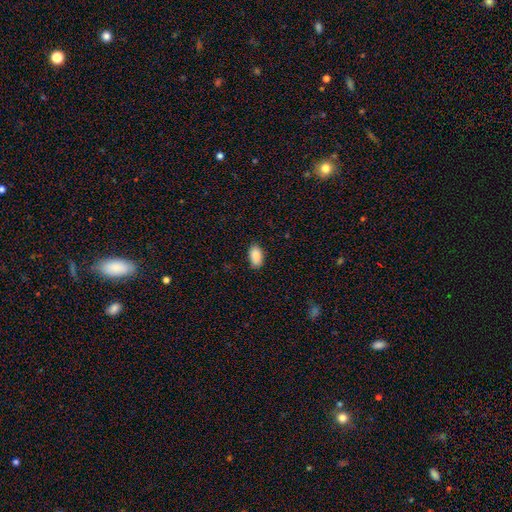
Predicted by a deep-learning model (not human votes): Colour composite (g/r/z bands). It shows a smooth galaxy with no disk features (89%) that is in between round and cigar-shaped (93%). Merging: none (85%).